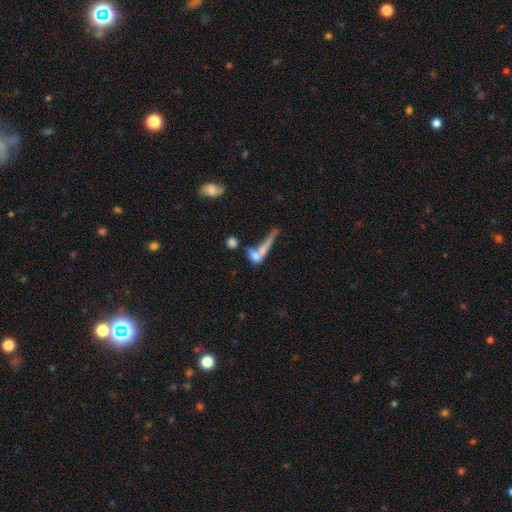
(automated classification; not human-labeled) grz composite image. It shows a smooth galaxy with no disk features (58%) that is cigar-shaped (48%). Merging: merger (44%).